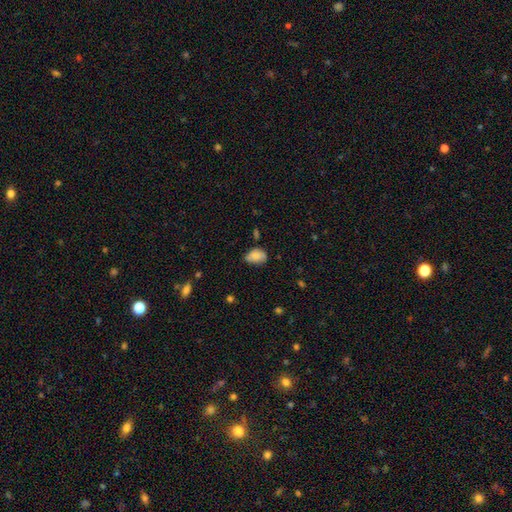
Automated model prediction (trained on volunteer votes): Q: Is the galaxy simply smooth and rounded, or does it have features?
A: smooth — 79%.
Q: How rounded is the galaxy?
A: in between — 80%.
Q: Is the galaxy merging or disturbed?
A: none — 55%.